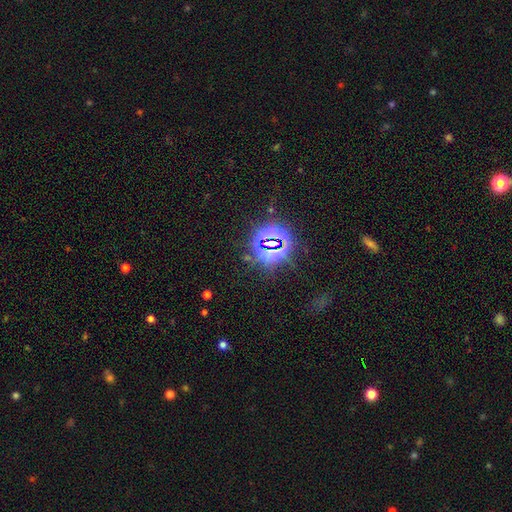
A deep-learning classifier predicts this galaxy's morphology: Smooth or featured? star or artifact (82%)